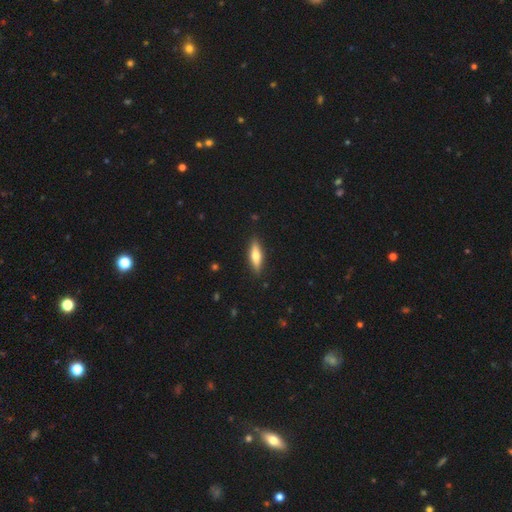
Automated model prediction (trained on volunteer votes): Smooth or featured? Predicted: smooth (p=0.56). How rounded? Predicted: cigar-shaped (p=0.60). Merging? Predicted: none (p=0.89).